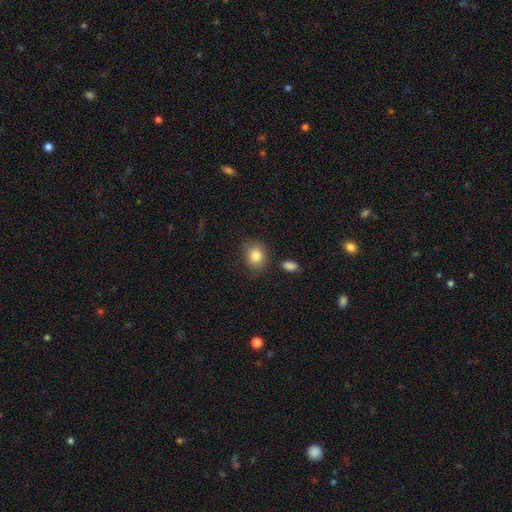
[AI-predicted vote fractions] Smooth or featured? smooth (85%)
How rounded? round (64%)
Merging? none (79%)